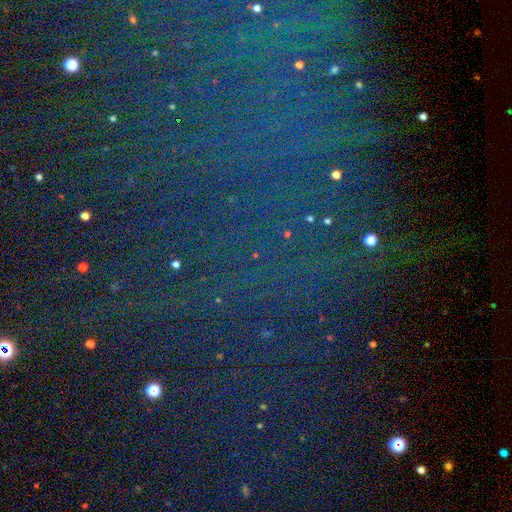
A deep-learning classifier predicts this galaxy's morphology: Smooth or featured: star or artifact — 79% (smooth — 13%)